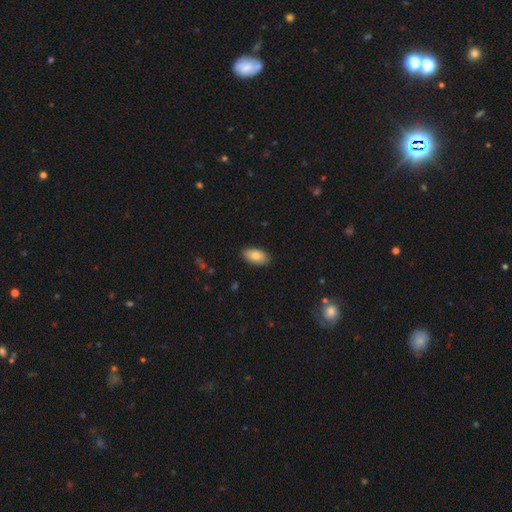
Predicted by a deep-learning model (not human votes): A smooth galaxy with no disk features (83%) that is in between round and cigar-shaped (94%).

Vote fractions:
- Smooth or featured? smooth: 83% / featured or disk: 10% / star or artifact: 6%
- How rounded? in between: 94% / cigar-shaped: 3% / round: 3%
- Merging? none: 87% / minor disturbance: 10% / major disturbance: 2% / merger: 1%